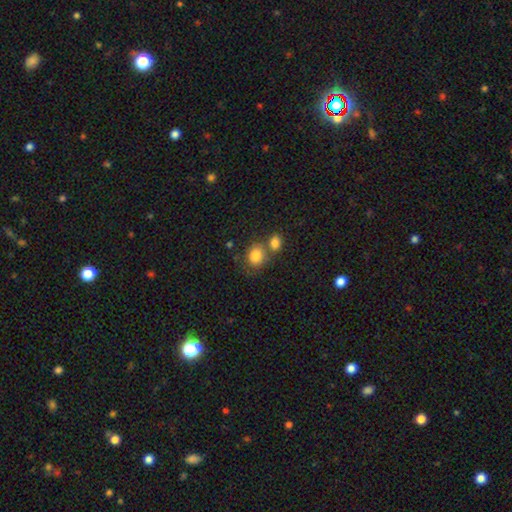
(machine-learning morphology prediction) Overall: smooth (83%). How rounded: round (66%; in between 33%). Merging: none (49%; merger 35%).